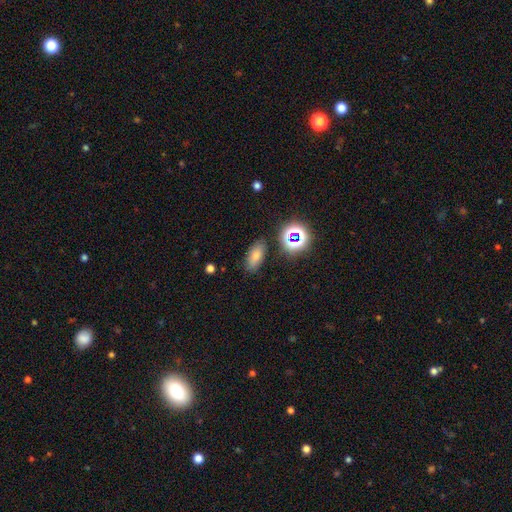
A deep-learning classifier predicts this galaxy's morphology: The model was most divided on "smooth or featured": smooth: 62%, star or artifact: 23%, featured or disk: 15%. More confident: merging — none (84%); how rounded — in between (79%).